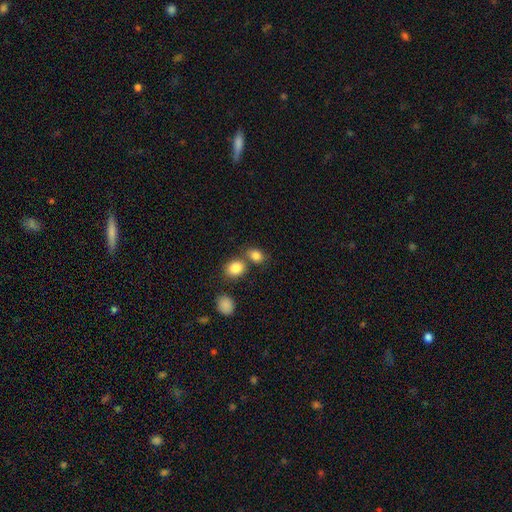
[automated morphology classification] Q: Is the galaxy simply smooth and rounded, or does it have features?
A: smooth — 83%.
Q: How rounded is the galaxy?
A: in between — 54%.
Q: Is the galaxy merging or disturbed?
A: none — 54%.